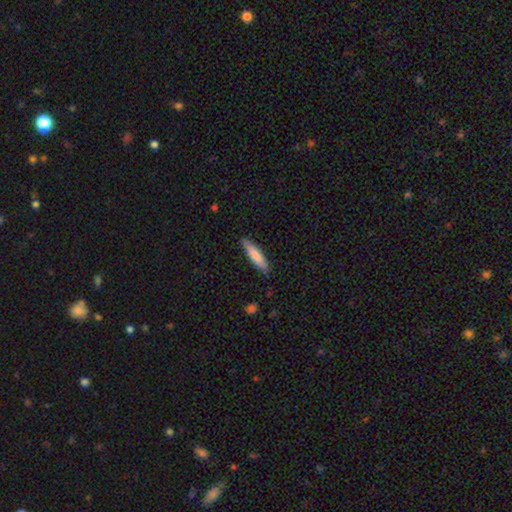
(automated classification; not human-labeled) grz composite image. It shows a smooth galaxy with no disk features (78%) that is cigar-shaped (84%). Merging: none (87%).